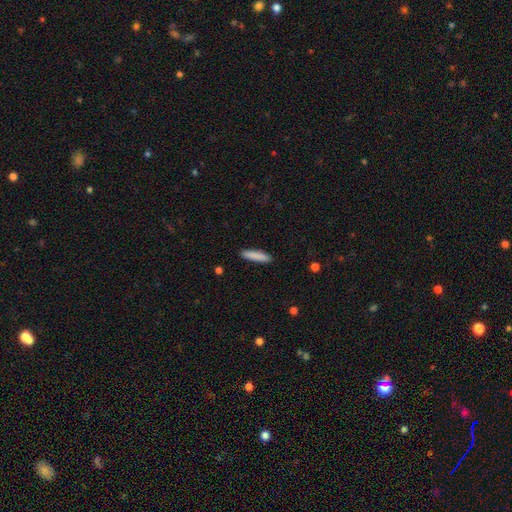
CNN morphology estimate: smooth-or-featured: smooth: 86% | featured or disk: 8% | star or artifact: 6%
  how-rounded: cigar-shaped: 86% | in between: 13% | round: 1%
  merging: none: 91% | minor disturbance: 7% | major disturbance: 2% | merger: 1%